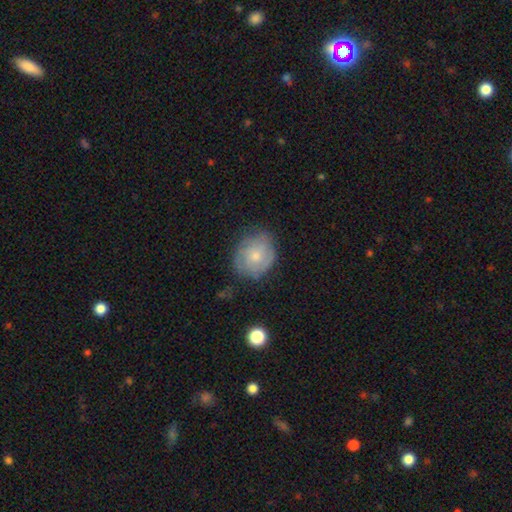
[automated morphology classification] This appears to be a featured or disk galaxy (47%). Merging: none (68%).